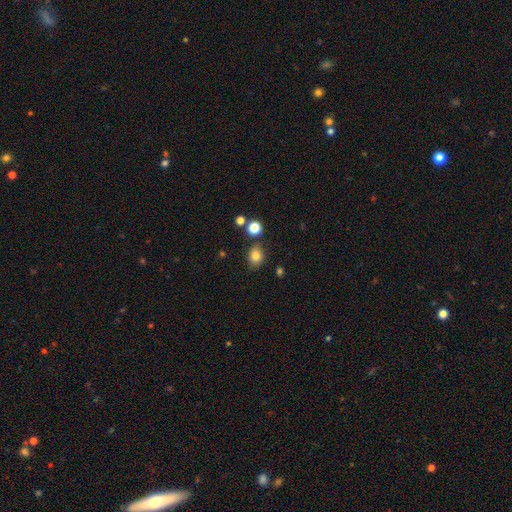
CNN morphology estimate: Smooth or featured? Predicted: smooth (p=0.82). How rounded? Predicted: round (p=0.60). Merging? Predicted: none (p=0.79).